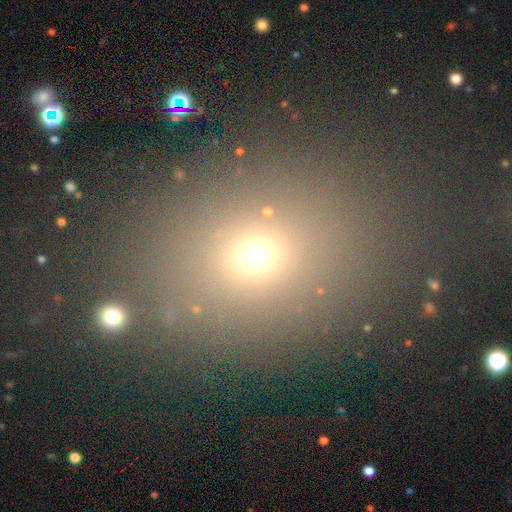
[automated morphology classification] The model was most divided on "how rounded": round: 51%, in between: 46%, cigar-shaped: 2%. More confident: merging — none (79%); smooth or featured — smooth (64%).